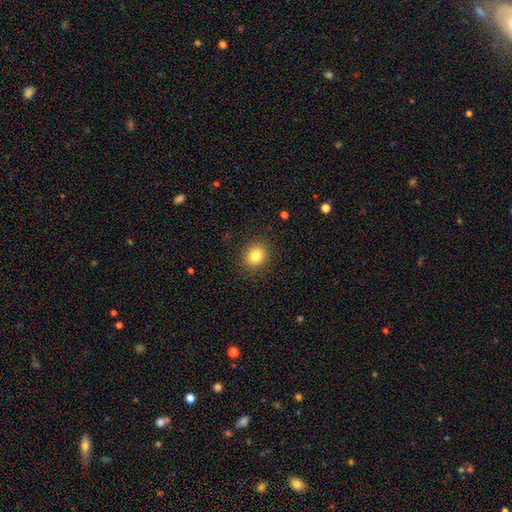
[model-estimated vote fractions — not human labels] Q: Smooth or featured?
A: smooth (81%); runner-up: star or artifact (11%)
Q: How rounded?
A: round (71%); runner-up: in between (28%)
Q: Merging?
A: none (89%); runner-up: minor disturbance (8%)